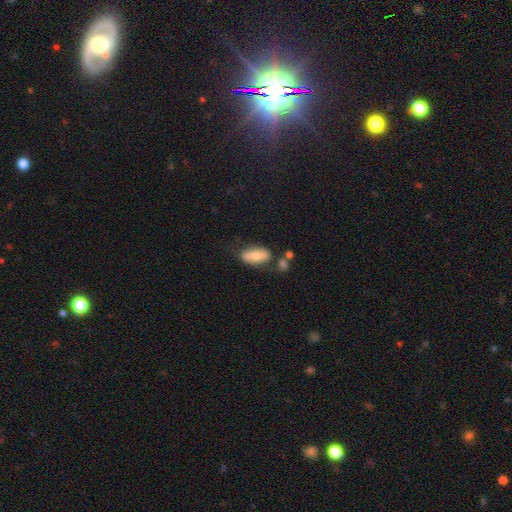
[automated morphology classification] This appears to be a smooth galaxy with no disk features (59%) that is in between round and cigar-shaped (84%). Merging: none (62%).